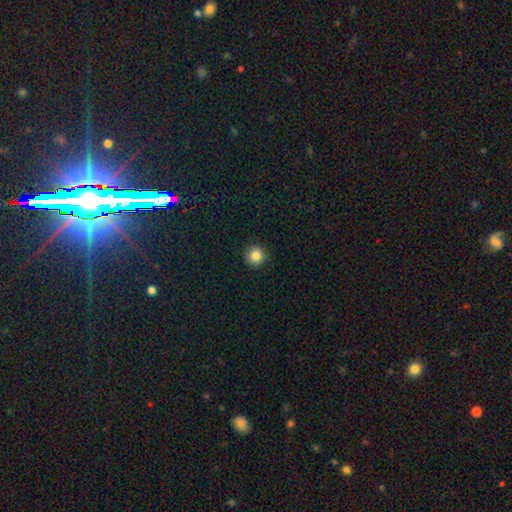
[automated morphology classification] Overall: smooth (86%). How rounded: round (95%). Merging: none (92%).